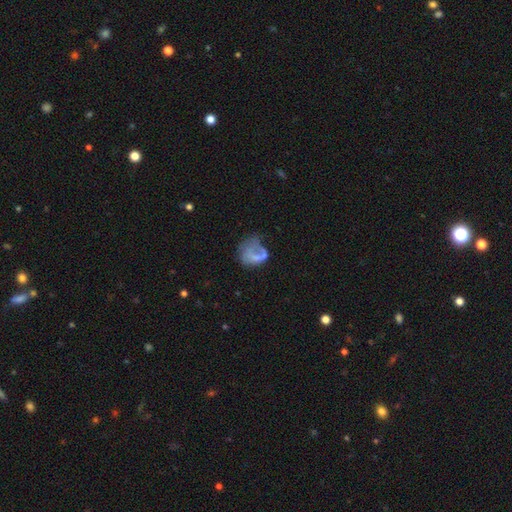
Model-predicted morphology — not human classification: This is possibly a smooth galaxy (49%). Merging: marginally major disturbance (42%).